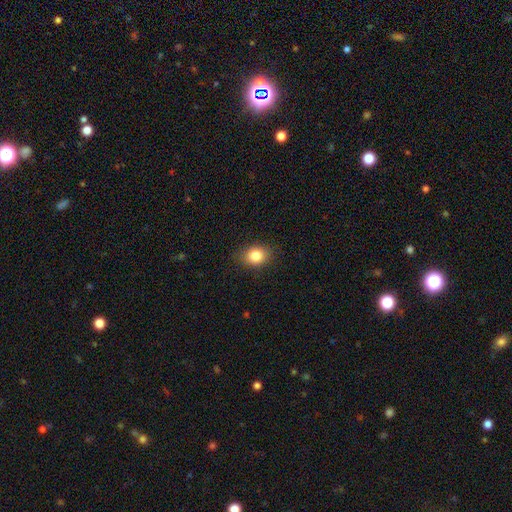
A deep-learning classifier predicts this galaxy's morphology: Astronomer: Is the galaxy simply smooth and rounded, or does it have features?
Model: smooth — 84%.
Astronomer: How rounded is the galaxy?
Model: in between — 59% (runner-up: round, 39%).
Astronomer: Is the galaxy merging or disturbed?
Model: none — 86%.